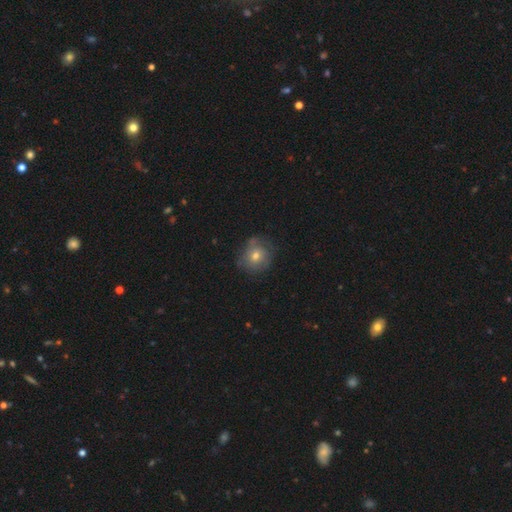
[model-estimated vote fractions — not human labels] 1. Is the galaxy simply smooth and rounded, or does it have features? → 60% smooth, 27% featured or disk, 13% star or artifact.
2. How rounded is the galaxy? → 83% round, 16% in between, 1% cigar-shaped.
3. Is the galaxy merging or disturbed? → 70% none, 21% minor disturbance, 7% major disturbance, 2% merger.